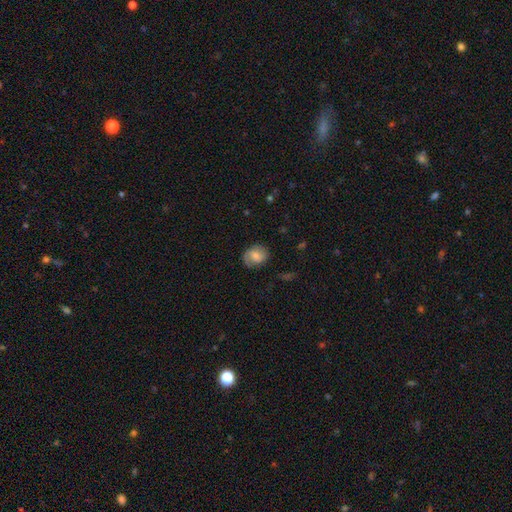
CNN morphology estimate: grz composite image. It shows a smooth galaxy with no disk features (57%) that is round (55%). Merging: none (74%).